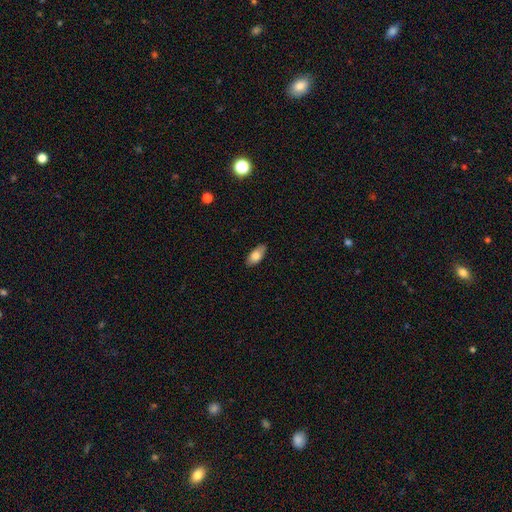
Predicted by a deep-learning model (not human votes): Smooth or featured? Predicted: smooth (p=0.80). How rounded? Predicted: in between (p=0.88). Merging? Predicted: none (p=0.84).